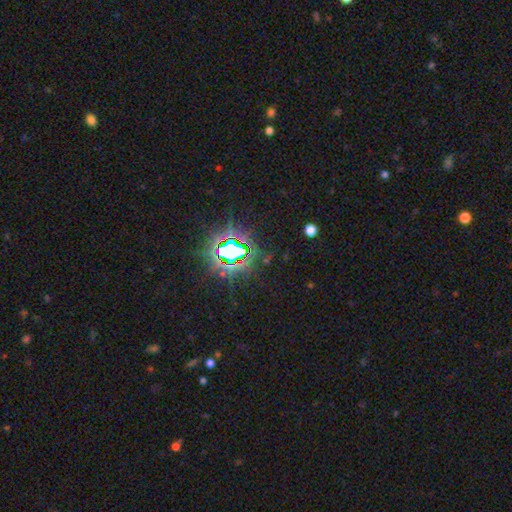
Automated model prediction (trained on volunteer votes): The model was most divided on "smooth or featured": star or artifact: 83%, smooth: 10%, featured or disk: 7%.